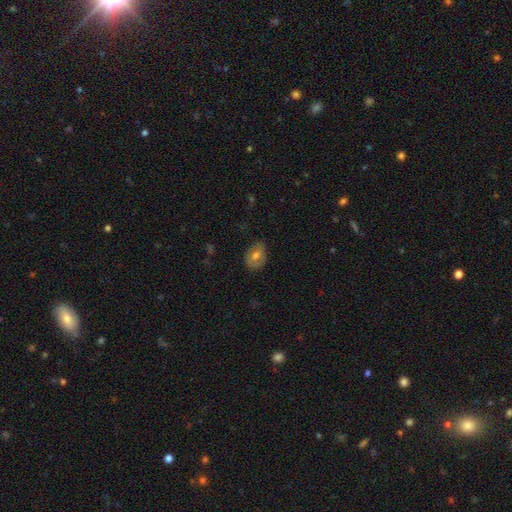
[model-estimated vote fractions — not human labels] Smooth or featured? Predicted: smooth (p=0.61). How rounded? Predicted: in between (p=0.64). Merging? Predicted: none (p=0.78).